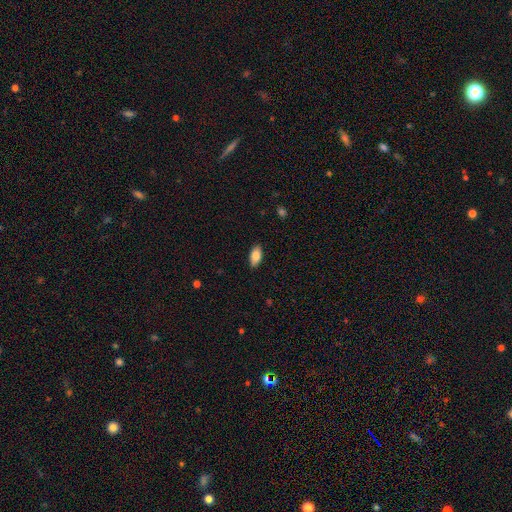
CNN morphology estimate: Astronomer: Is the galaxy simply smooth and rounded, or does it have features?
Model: smooth — 84%.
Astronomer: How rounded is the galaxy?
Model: in between — 91%.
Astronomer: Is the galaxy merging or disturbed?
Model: none — 88%.